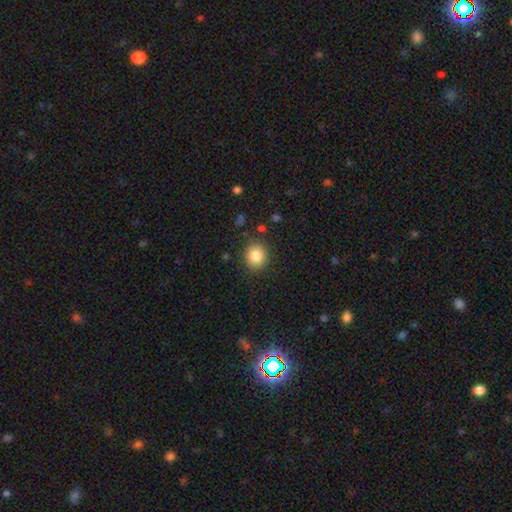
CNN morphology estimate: smooth 84%, star or artifact 10%, featured or disk 6%. Down the decision tree: how rounded — round (81%); merging — none (86%).